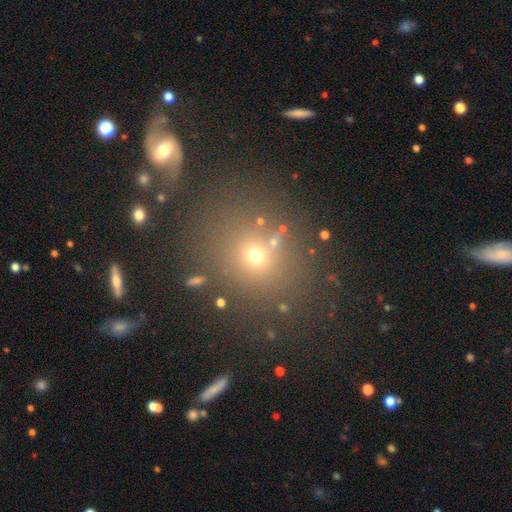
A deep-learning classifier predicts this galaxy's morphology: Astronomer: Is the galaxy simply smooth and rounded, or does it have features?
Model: smooth — 63%.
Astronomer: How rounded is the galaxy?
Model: round — 68%.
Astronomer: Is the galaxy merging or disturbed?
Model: none — 76%.